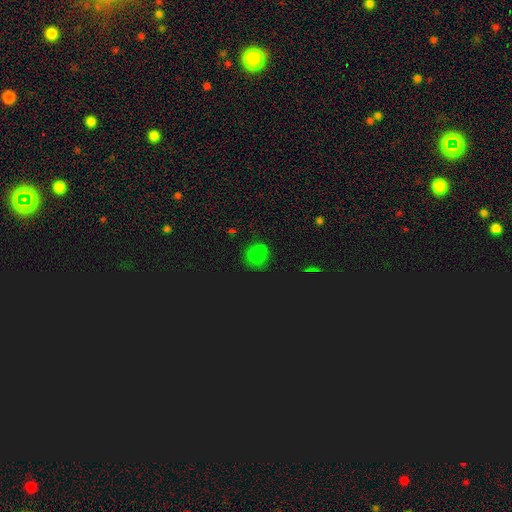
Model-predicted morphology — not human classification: Q: Smooth or featured?
A: smooth (60%); runner-up: star or artifact (35%)
Q: How rounded?
A: round (71%); runner-up: in between (27%)
Q: Merging?
A: none (76%); runner-up: minor disturbance (16%)